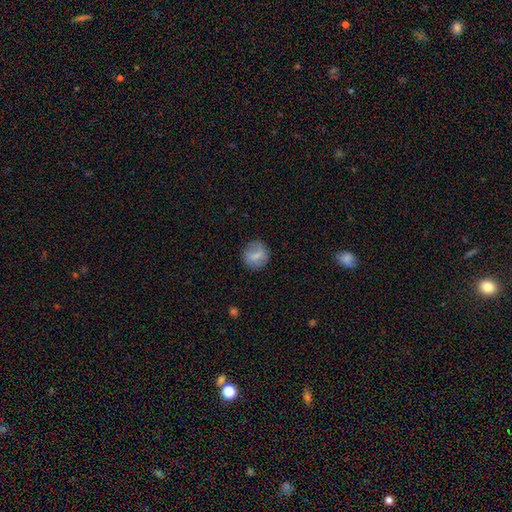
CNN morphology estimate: Smooth or featured? Predicted: smooth (p=0.72). How rounded? Predicted: round (p=0.87). Merging? Predicted: none (p=0.80).